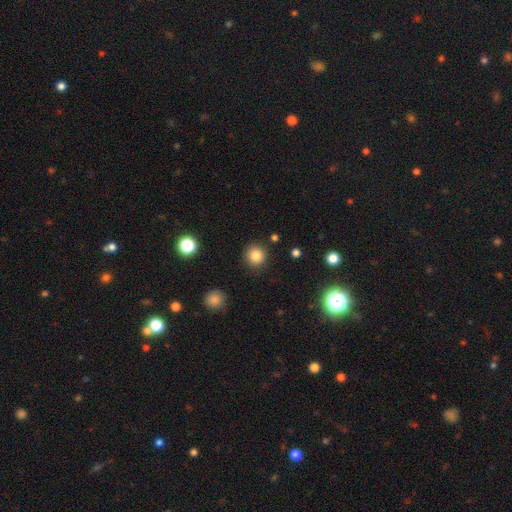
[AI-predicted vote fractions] Morphology: type=smooth (83%); roundness=round (94%); merging=none (90%).